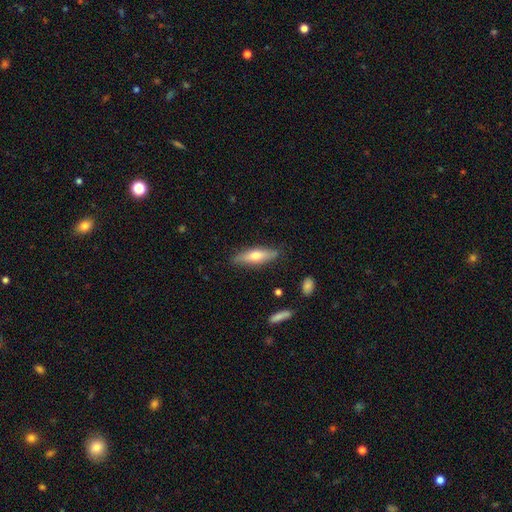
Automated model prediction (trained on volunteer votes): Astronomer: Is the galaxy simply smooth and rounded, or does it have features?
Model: smooth — 57% (runner-up: featured or disk, 37%).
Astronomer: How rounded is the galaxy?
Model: cigar-shaped — 58% (runner-up: in between, 40%).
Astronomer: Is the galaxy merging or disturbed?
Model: none — 83%.